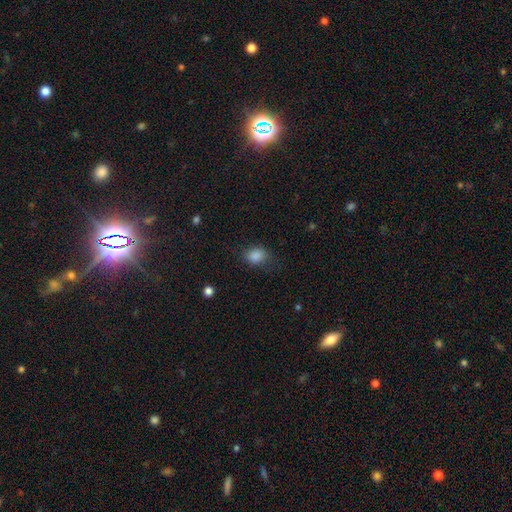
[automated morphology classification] smooth-or-featured: smooth: 85% | star or artifact: 10% | featured or disk: 5%
  how-rounded: in between: 60% | round: 39% | cigar-shaped: 1%
  merging: none: 67% | minor disturbance: 23% | major disturbance: 9% | merger: 1%